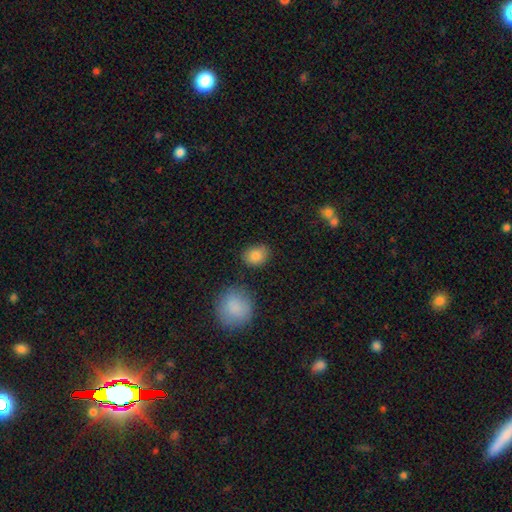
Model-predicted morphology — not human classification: Smooth or featured? smooth (86%)
How rounded? round (51%)
Merging? none (79%)